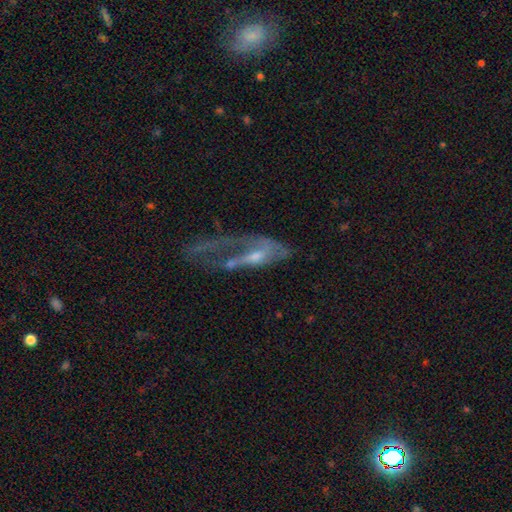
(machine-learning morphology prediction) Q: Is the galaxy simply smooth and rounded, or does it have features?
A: featured or disk — 68%.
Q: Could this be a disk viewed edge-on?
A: no — 84%.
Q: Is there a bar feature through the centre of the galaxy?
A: no — 64%.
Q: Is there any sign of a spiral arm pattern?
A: no — 50%, tied with yes.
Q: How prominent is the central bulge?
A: small — 47%.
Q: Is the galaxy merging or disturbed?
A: major disturbance — 56%.